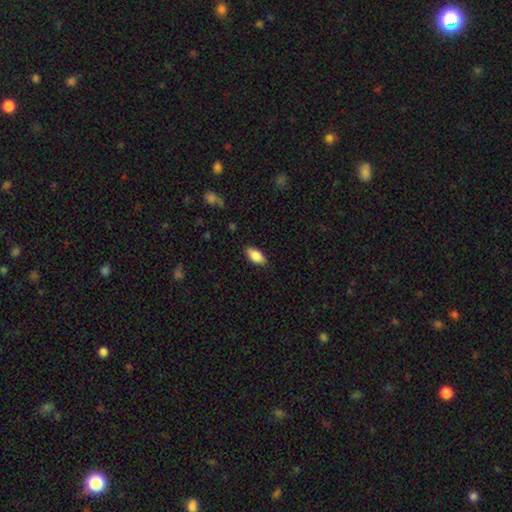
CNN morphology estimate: type=smooth (83%); roundness=in between (89%); merging=none (87%).